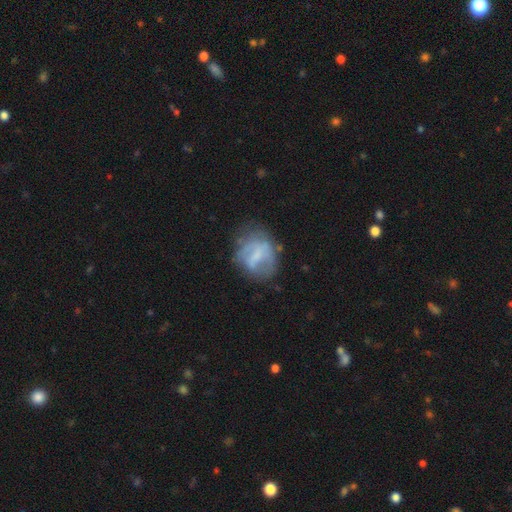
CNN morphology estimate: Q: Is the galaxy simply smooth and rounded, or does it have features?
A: featured or disk — 50%.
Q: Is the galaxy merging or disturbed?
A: none — 50%.